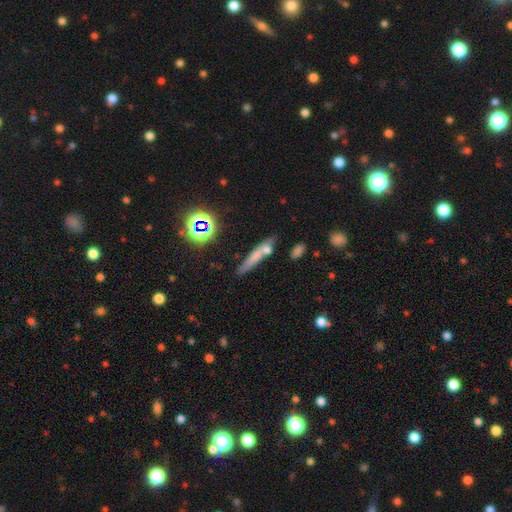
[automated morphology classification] This appears to be a smooth galaxy with no disk features (57%) that is cigar-shaped (84%). Merging: none (64%).